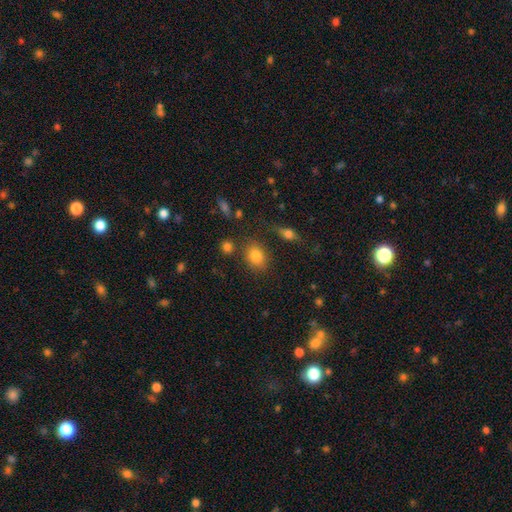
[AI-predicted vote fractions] A smooth galaxy with no disk features (79%) that is in between round and cigar-shaped (56%).

Vote fractions:
- Smooth or featured? smooth: 79% / star or artifact: 12% / featured or disk: 9%
- How rounded? in between: 56% / round: 42% / cigar-shaped: 2%
- Merging? none: 77% / minor disturbance: 13% / merger: 6% / major disturbance: 4%